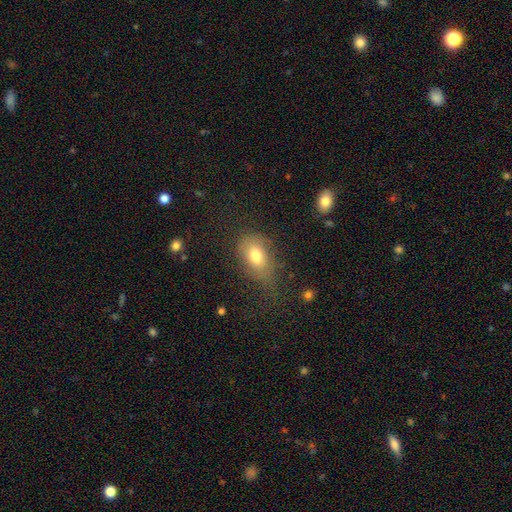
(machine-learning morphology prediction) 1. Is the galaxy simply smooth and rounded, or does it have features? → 75% smooth, 15% featured or disk, 10% star or artifact.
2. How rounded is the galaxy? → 82% in between, 16% round, 2% cigar-shaped.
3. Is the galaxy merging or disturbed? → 55% none, 26% minor disturbance, 17% major disturbance, 2% merger.